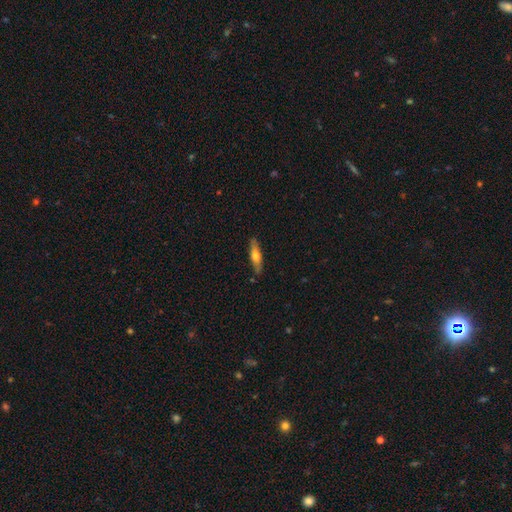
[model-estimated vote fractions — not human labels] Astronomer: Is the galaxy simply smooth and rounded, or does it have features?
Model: smooth — 54% (runner-up: featured or disk, 40%).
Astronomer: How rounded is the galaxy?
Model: cigar-shaped — 70%.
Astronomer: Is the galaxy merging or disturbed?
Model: none — 84%.